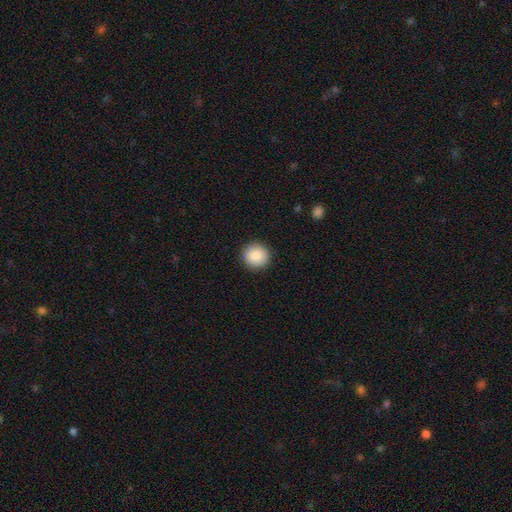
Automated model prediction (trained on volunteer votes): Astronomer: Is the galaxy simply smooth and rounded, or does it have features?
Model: smooth — 88%.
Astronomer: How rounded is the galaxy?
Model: round — 93%.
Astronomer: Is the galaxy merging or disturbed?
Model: none — 91%.